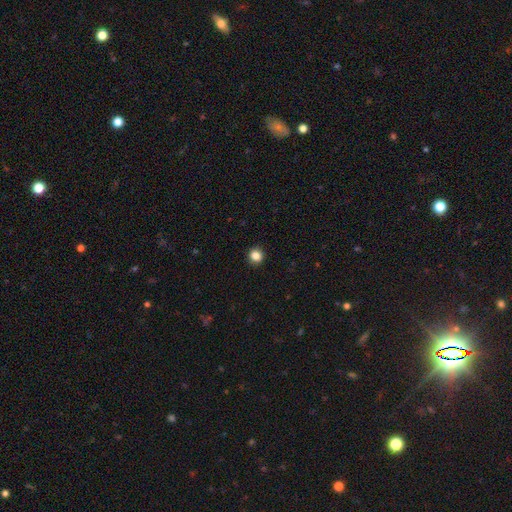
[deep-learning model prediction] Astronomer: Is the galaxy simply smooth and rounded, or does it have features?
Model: smooth — 85%.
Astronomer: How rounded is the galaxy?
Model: round — 92%.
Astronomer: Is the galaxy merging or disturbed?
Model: none — 93%.